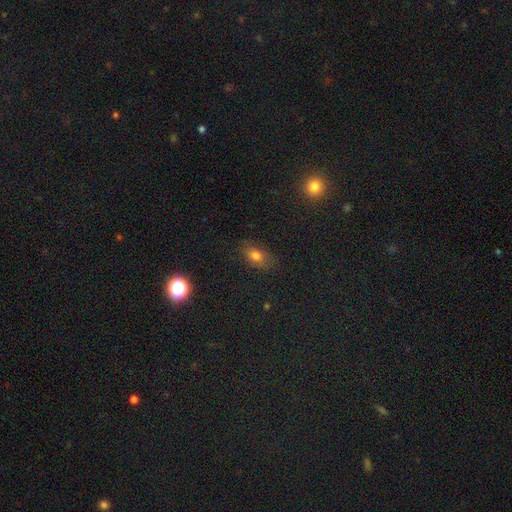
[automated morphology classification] A smooth galaxy with no disk features (74%) that is in between round and cigar-shaped (81%).

Vote fractions:
- Smooth or featured? smooth: 74% / star or artifact: 16% / featured or disk: 10%
- How rounded? in between: 81% / round: 14% / cigar-shaped: 4%
- Merging? none: 78% / minor disturbance: 15% / major disturbance: 5% / merger: 2%